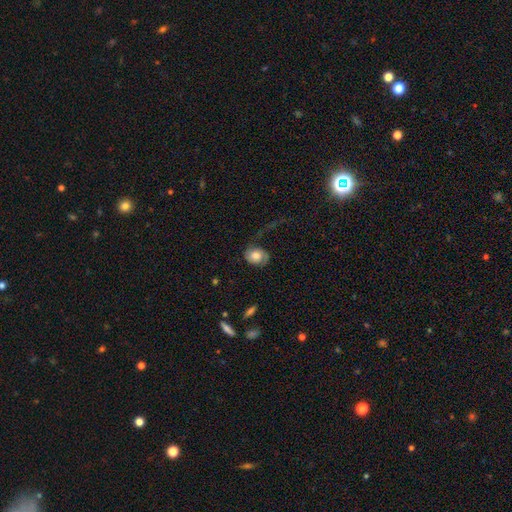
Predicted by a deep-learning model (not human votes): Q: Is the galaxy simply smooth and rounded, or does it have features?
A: smooth — 50%.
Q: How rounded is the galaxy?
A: round — 50%.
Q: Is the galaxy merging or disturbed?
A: none — 44%.